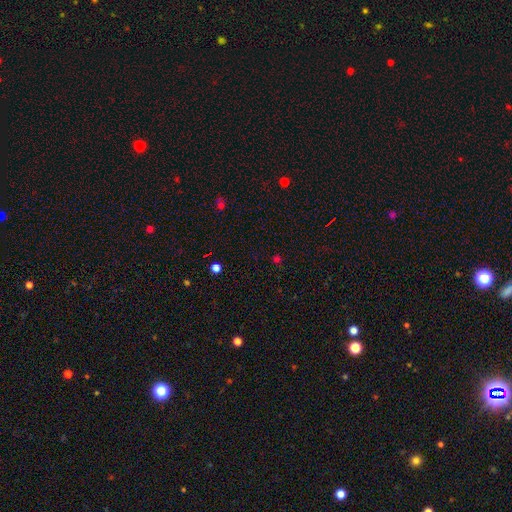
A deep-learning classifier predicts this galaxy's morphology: Overall: star or artifact (57%; smooth 36%).